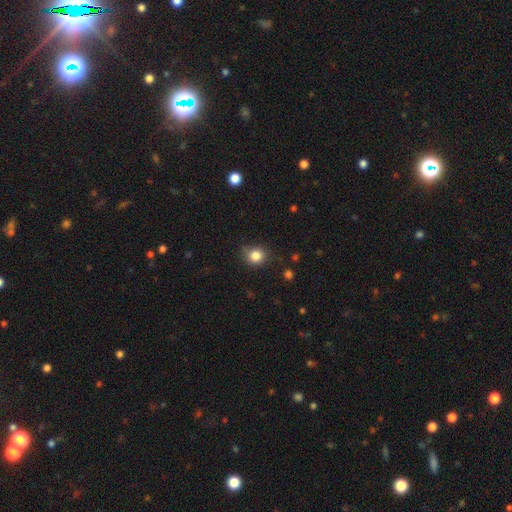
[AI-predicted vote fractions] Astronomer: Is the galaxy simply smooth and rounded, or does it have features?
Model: smooth — 83%.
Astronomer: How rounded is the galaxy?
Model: round — 76%.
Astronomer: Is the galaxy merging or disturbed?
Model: none — 75%.